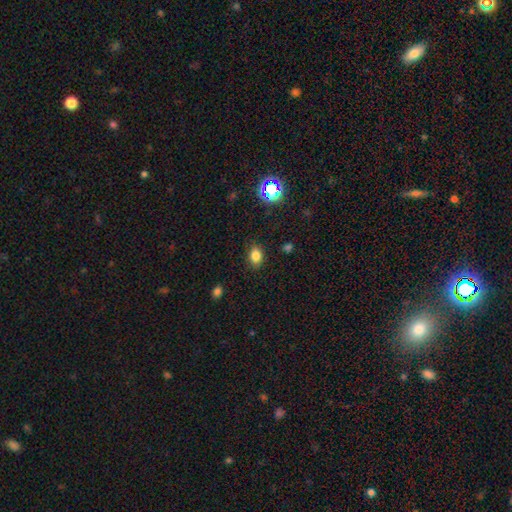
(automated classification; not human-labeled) smooth_or_featured: smooth (p=0.80) [alt: star or artifact p=0.14]
how_rounded: in between (p=0.72) [alt: round p=0.26]
merging: none (p=0.85) [alt: minor disturbance p=0.10]